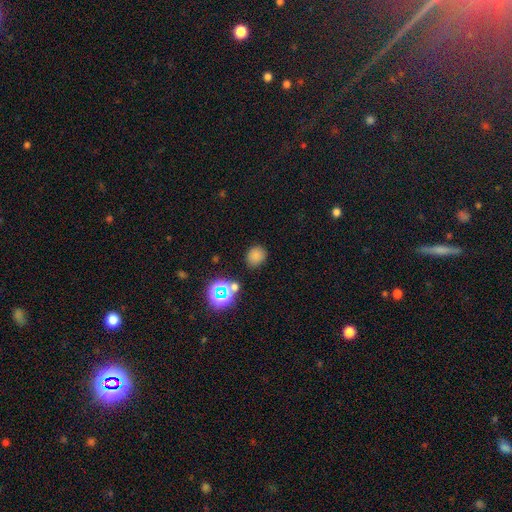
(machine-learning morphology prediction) type=smooth (74%); roundness=round (68%); merging=none (81%).